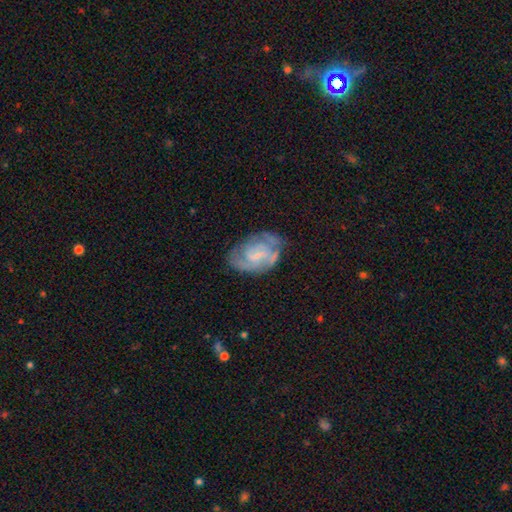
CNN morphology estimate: smooth_or_featured: featured or disk (p=0.81) [alt: smooth p=0.14]
disk_edge_on: no (p=0.97) [alt: yes p=0.03]
bar: weak (p=0.50) [alt: no p=0.39]
has_spiral_arms: yes (p=0.92) [alt: no p=0.08]
spiral_winding: tight (p=0.49) [alt: medium p=0.41]
spiral_arm_count: 2 (p=0.50) [alt: can't tell p=0.23]
bulge_size: small (p=0.66) [alt: moderate p=0.21]
merging: none (p=0.62) [alt: minor disturbance p=0.24]